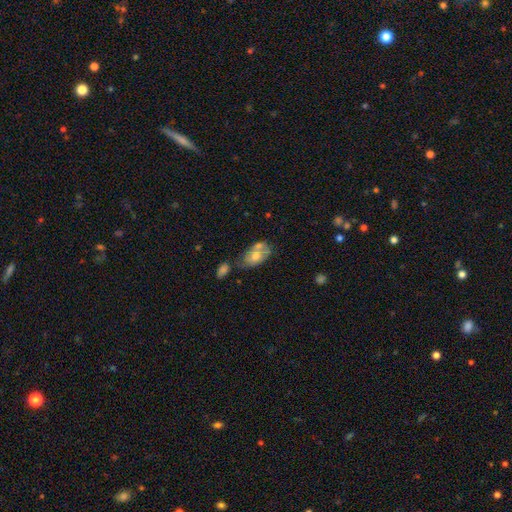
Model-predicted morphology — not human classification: Q: Smooth or featured?
A: smooth (57%); runner-up: featured or disk (36%)
Q: How rounded?
A: in between (89%); runner-up: round (9%)
Q: Merging?
A: none (35%); runner-up: merger (30%)